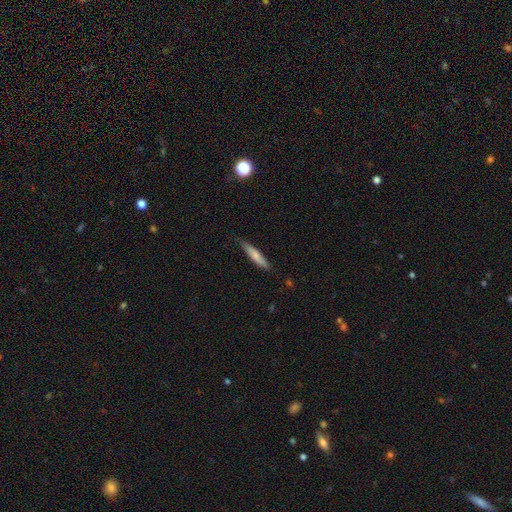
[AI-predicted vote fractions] smooth_or_featured: smooth (p=0.72) [alt: featured or disk p=0.23]
how_rounded: cigar-shaped (p=0.88) [alt: in between p=0.11]
merging: none (p=0.81) [alt: minor disturbance p=0.16]